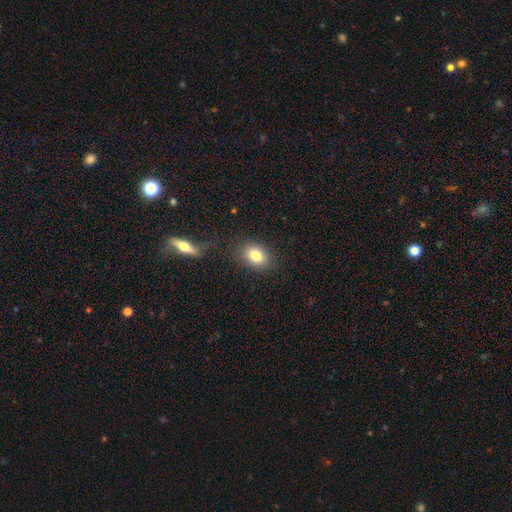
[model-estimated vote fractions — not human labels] Q: Smooth or featured?
A: smooth (80%); runner-up: featured or disk (11%)
Q: How rounded?
A: in between (68%); runner-up: round (31%)
Q: Merging?
A: none (81%); runner-up: minor disturbance (12%)